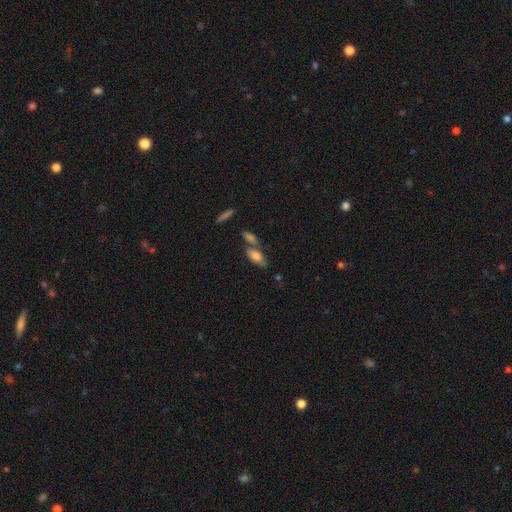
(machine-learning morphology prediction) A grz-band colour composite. It shows a smooth galaxy with no disk features (74%) that is in between round and cigar-shaped (82%). Merging: none (49%).